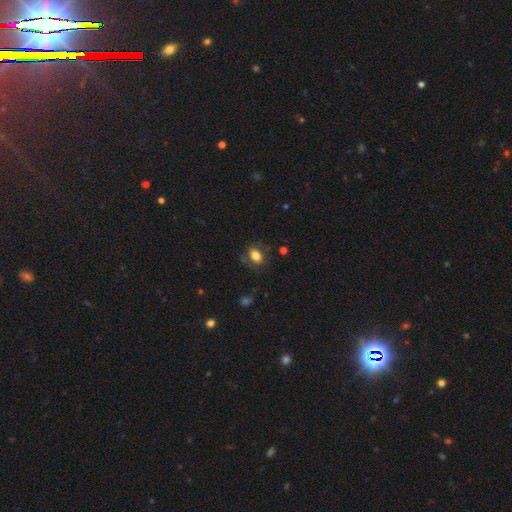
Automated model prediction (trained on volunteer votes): Q: Smooth or featured?
A: smooth (79%); runner-up: featured or disk (11%)
Q: How rounded?
A: in between (73%); runner-up: round (26%)
Q: Merging?
A: none (75%); runner-up: minor disturbance (16%)